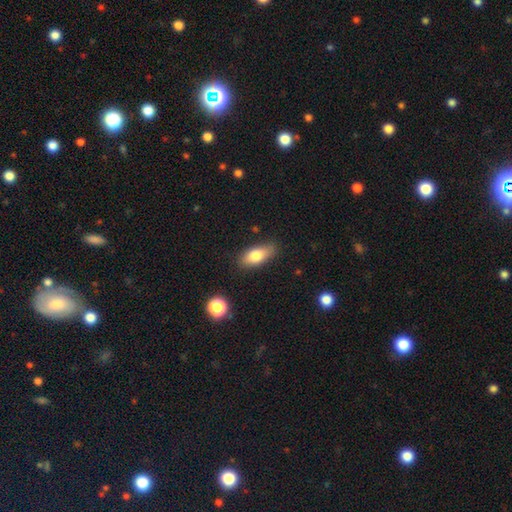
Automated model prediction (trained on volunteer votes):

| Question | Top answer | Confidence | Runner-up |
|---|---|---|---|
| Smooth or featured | smooth | 78% | featured or disk (15%) |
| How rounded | in between | 81% | cigar-shaped (14%) |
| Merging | none | 79% | minor disturbance (16%) |